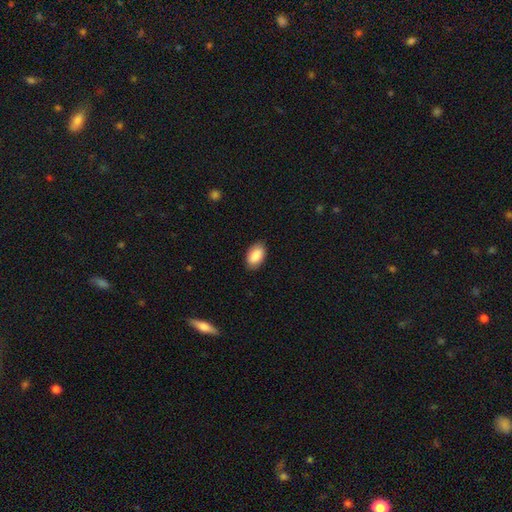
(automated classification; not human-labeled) A smooth galaxy with no disk features (89%) that is in between round and cigar-shaped (94%).

Vote fractions:
- Smooth or featured? smooth: 89% / star or artifact: 6% / featured or disk: 5%
- How rounded? in between: 94% / round: 5% / cigar-shaped: 2%
- Merging? none: 87% / minor disturbance: 10% / major disturbance: 2% / merger: 1%